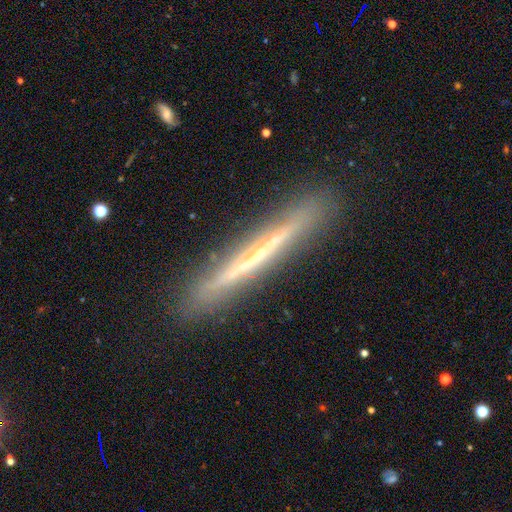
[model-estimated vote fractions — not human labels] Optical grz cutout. It shows a featured or disk galaxy (69%) viewed edge-on (96%) with no central bulge (78%). Merging: none (89%).